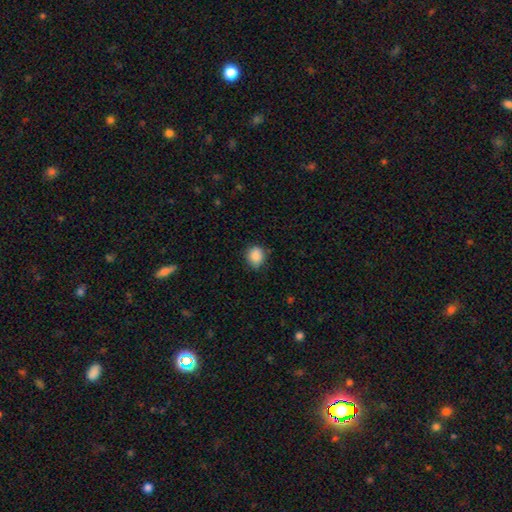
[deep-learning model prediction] Smooth or featured?
  - smooth: 87% *
  - star or artifact: 9%
  - featured or disk: 4%
How rounded?
  - round: 66% *
  - in between: 33%
  - cigar-shaped: 1%
Merging?
  - none: 75% *
  - minor disturbance: 21%
  - major disturbance: 3%
  - merger: 1%